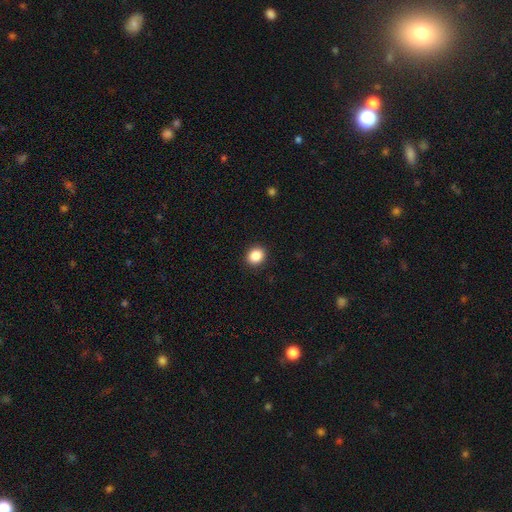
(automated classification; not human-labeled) smooth_or_featured: smooth (p=0.87) [alt: star or artifact p=0.09]
how_rounded: round (p=0.70) [alt: in between p=0.29]
merging: none (p=0.92) [alt: minor disturbance p=0.05]